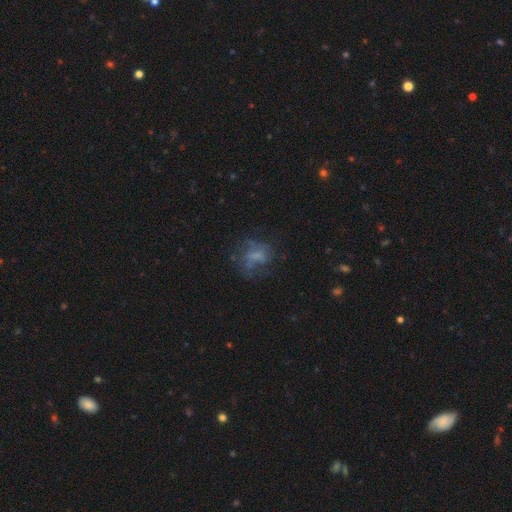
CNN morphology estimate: Smooth or featured?
  - featured or disk: 44% *
  - smooth: 38%
  - star or artifact: 18%
Merging?
  - none: 48% *
  - major disturbance: 29%
  - minor disturbance: 20%
  - merger: 3%